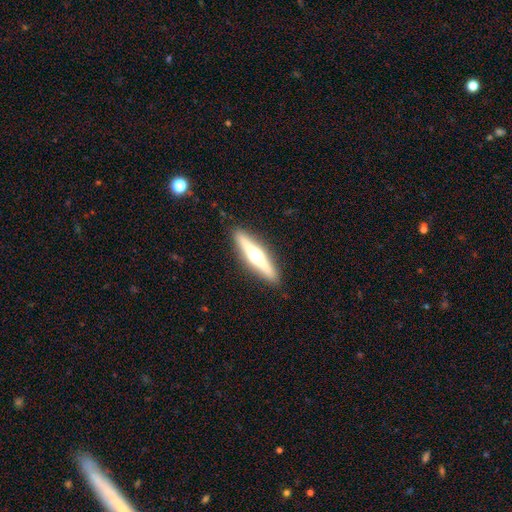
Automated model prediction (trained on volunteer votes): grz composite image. It shows a featured or disk galaxy (70%) viewed edge-on (97%) with a rounded central bulge (95%). Merging: none (91%).